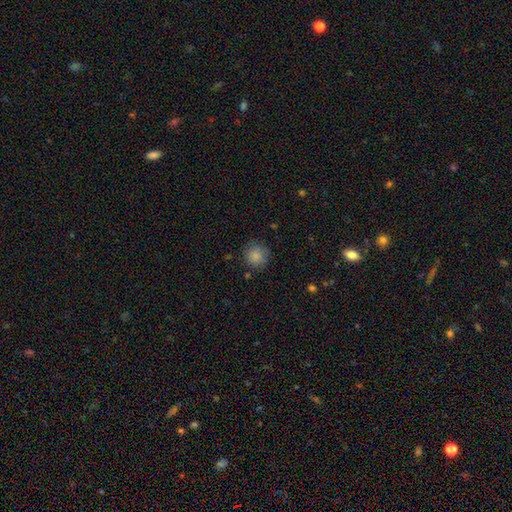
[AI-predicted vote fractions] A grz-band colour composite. It shows a smooth galaxy with no disk features (85%) that is round (92%). Merging: none (82%).